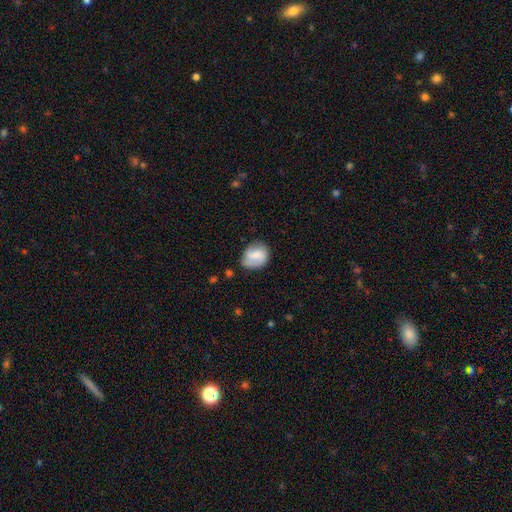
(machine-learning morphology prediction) Smooth or featured?
  - smooth: 67% *
  - featured or disk: 26%
  - star or artifact: 7%
How rounded?
  - round: 58% *
  - in between: 41%
  - cigar-shaped: 1%
Merging?
  - none: 62% *
  - minor disturbance: 27%
  - major disturbance: 9%
  - merger: 3%